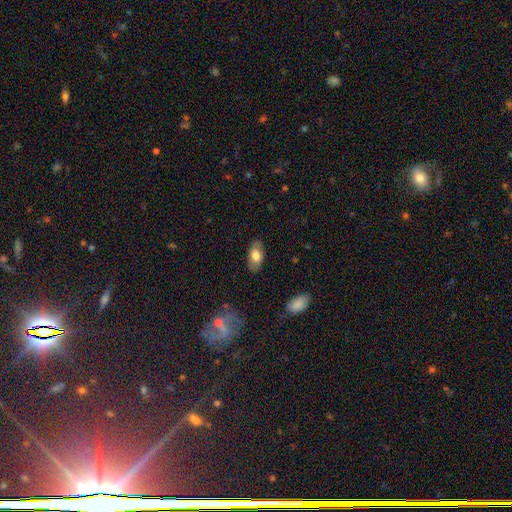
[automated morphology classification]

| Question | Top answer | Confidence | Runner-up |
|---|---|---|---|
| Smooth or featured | smooth | 74% | featured or disk (20%) |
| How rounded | in between | 92% | round (4%) |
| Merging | none | 85% | minor disturbance (12%) |